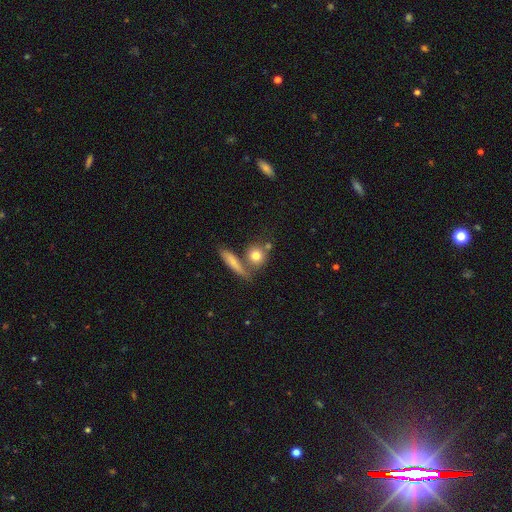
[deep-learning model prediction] smooth 76%, featured or disk 15%, star or artifact 9%. Down the decision tree: how rounded — round (70%); merging — none (60%).